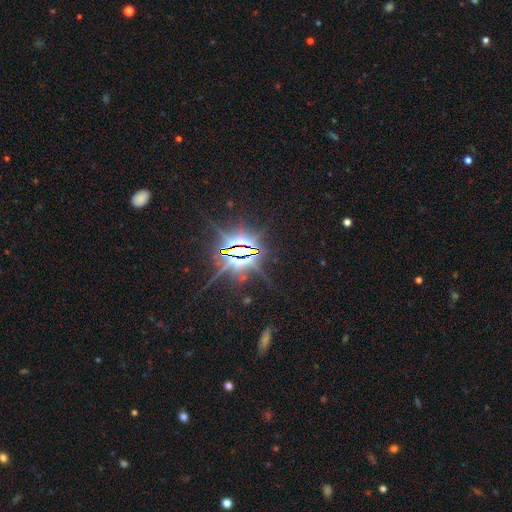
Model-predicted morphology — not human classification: type=star or artifact (87%).